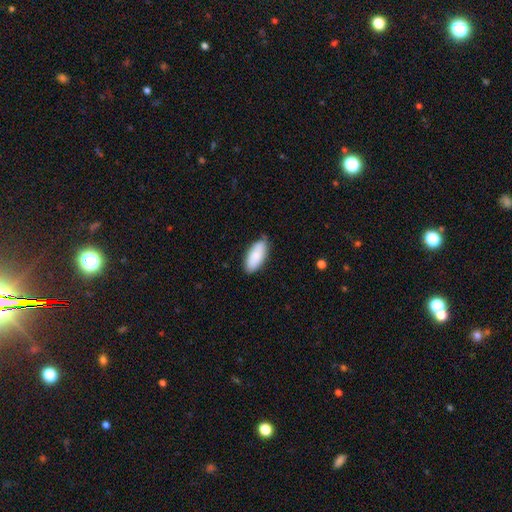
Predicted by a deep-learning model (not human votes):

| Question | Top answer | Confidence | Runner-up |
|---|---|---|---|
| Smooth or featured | smooth | 85% | featured or disk (9%) |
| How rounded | in between | 89% | cigar-shaped (9%) |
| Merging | none | 78% | minor disturbance (18%) |